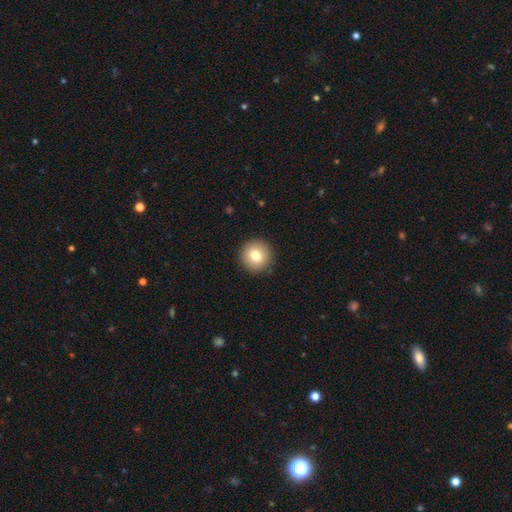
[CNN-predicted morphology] smooth_or_featured: smooth (p=0.79) [alt: featured or disk p=0.11]
how_rounded: round (p=0.95) [alt: in between p=0.04]
merging: none (p=0.92) [alt: minor disturbance p=0.05]